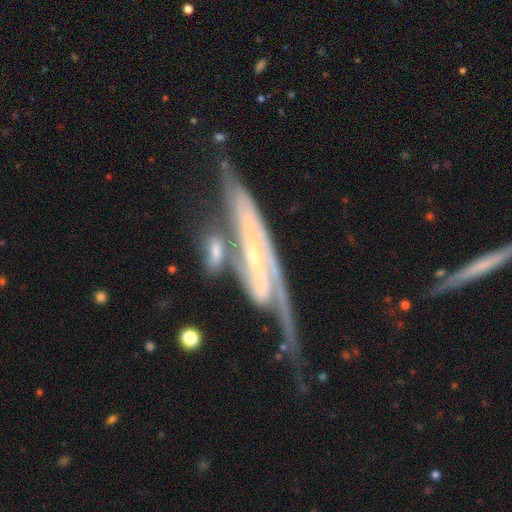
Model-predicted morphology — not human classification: type=featured or disk (87%); edge-on=no (68%); bar=strong (40%); spiral arms=yes (93%); winding=tight (48%); arm count=2 (61%); bulge=small (74%); merging=none (34%).